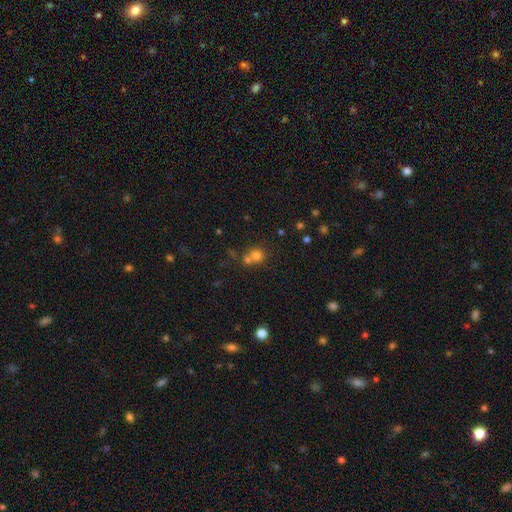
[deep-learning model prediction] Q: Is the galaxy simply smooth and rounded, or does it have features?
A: smooth — 73%.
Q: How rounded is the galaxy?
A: round — 84%.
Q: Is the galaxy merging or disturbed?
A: merger — 46%.